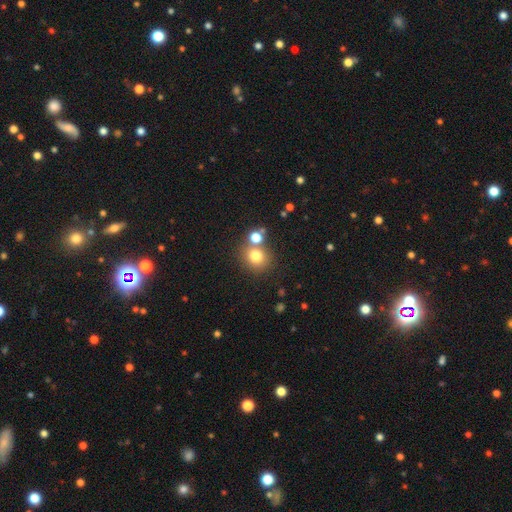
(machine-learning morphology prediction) Overall: smooth (77%). How rounded: round (84%). Merging: none (65%).